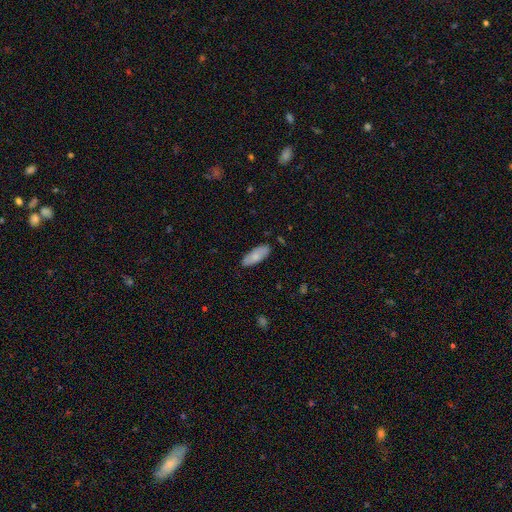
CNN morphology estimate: This appears to be a smooth galaxy with no disk features (79%) that is in between round and cigar-shaped (76%). Merging: none (85%).